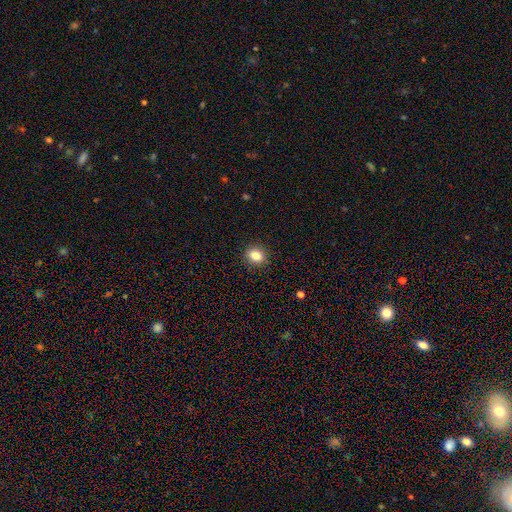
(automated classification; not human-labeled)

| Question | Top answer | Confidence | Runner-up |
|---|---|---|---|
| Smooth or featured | smooth | 83% | star or artifact (10%) |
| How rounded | round | 51% | in between (48%) |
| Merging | none | 90% | minor disturbance (7%) |